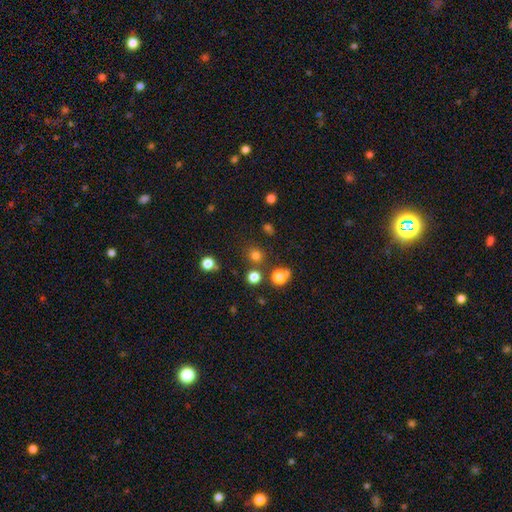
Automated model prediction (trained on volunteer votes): Smooth or featured?
  - smooth: 72% *
  - star or artifact: 22%
  - featured or disk: 6%
How rounded?
  - round: 87% *
  - in between: 12%
  - cigar-shaped: 1%
Merging?
  - none: 78% *
  - merger: 9%
  - minor disturbance: 9%
  - major disturbance: 4%